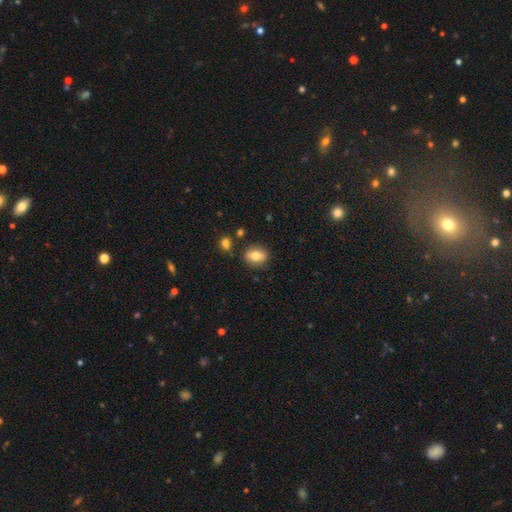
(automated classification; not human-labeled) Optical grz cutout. It shows a smooth galaxy with no disk features (75%) that is in between round and cigar-shaped (63%). Merging: none (85%).